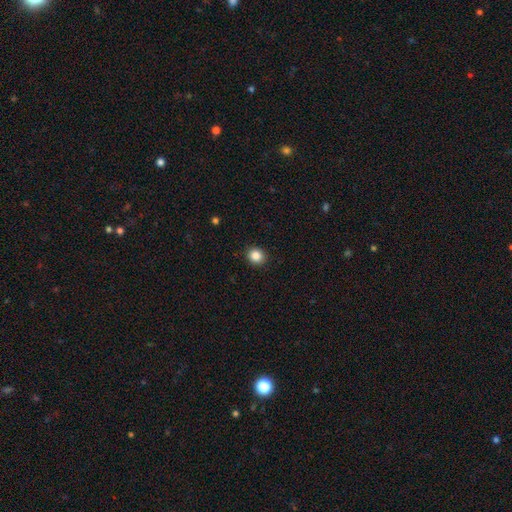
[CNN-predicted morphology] This is clearly a smooth galaxy (86%). How rounded: clearly round (83%). Merging: clearly none (91%).